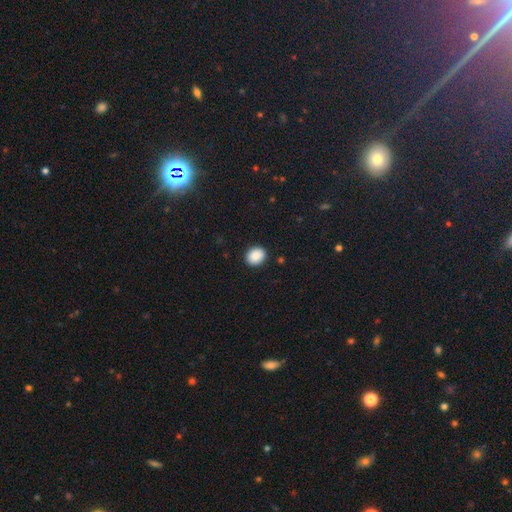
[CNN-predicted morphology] Q: Smooth or featured?
A: smooth (89%); runner-up: star or artifact (8%)
Q: How rounded?
A: round (65%); runner-up: in between (34%)
Q: Merging?
A: none (91%); runner-up: minor disturbance (6%)